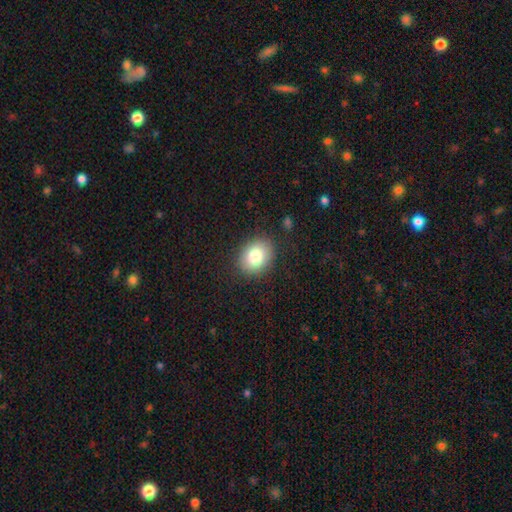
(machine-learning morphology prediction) smooth 81%, featured or disk 10%, star or artifact 9%. Down the decision tree: how rounded — round (50%); merging — none (87%).